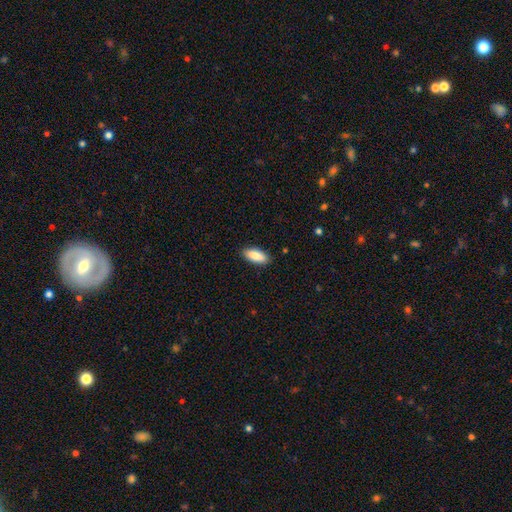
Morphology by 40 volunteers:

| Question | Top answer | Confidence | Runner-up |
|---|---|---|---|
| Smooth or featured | smooth | 85% | featured or disk (10%) |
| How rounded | in between | 88% | cigar-shaped (9%) |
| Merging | none | 92% | minor disturbance (5%) |